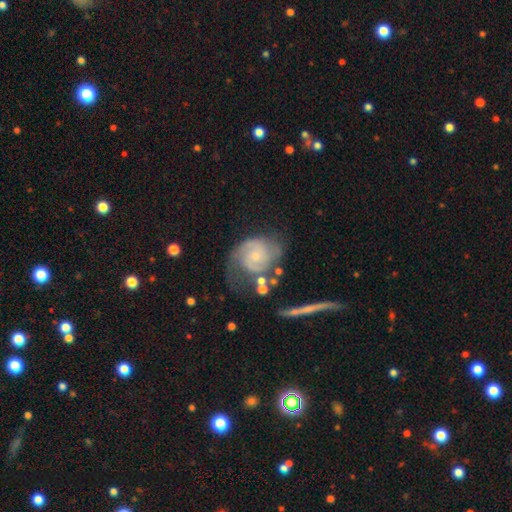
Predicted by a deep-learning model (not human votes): Smooth or featured? featured or disk (79%)
Edge-on disk? no (97%)
Bar? no (68%)
Spiral arms? yes (94%)
Spiral winding? medium (44%)
Spiral arm count? 2 (71%)
Bulge size? small (67%)
Merging? none (46%)